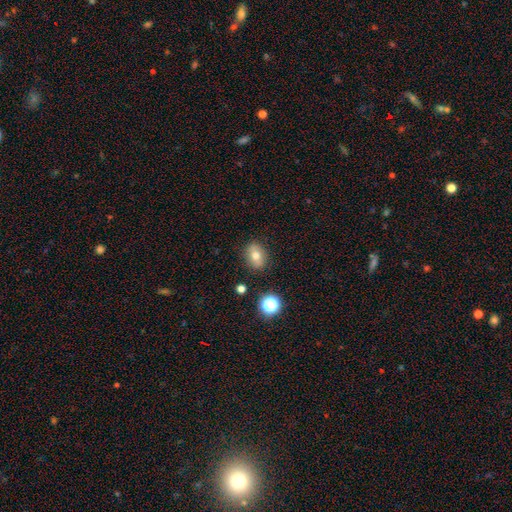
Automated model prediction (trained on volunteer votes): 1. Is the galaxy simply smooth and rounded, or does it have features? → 72% smooth, 16% featured or disk, 12% star or artifact.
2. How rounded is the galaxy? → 59% in between, 40% round, 1% cigar-shaped.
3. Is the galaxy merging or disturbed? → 86% none, 10% minor disturbance, 3% major disturbance, 2% merger.